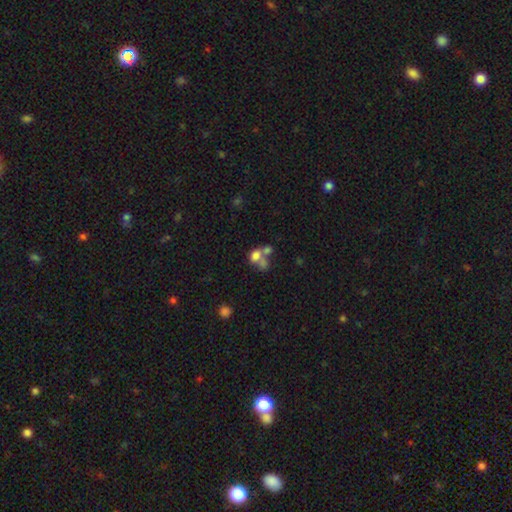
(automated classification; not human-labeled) A smooth galaxy with no disk features (66%) that is in between round and cigar-shaped (56%).

Vote fractions:
- Smooth or featured? smooth: 66% / featured or disk: 21% / star or artifact: 13%
- How rounded? in between: 56% / round: 42% / cigar-shaped: 2%
- Merging? merger: 57% / none: 24% / major disturbance: 10% / minor disturbance: 9%